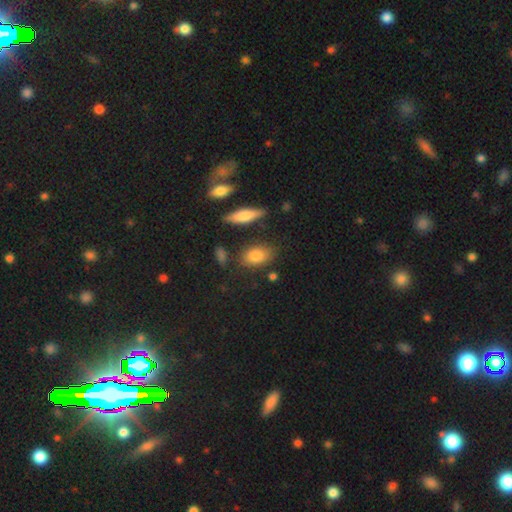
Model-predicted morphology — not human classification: Smooth or featured? Predicted: smooth (p=0.82). How rounded? Predicted: in between (p=0.83). Merging? Predicted: none (p=0.73).